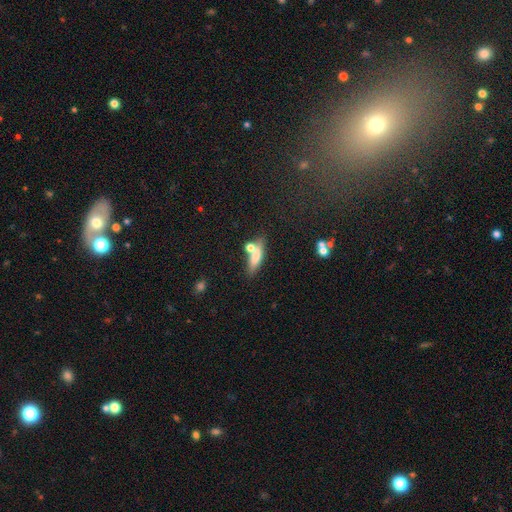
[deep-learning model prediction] This appears to be a smooth galaxy with no disk features (65%) that is cigar-shaped (60%). Merging: none (60%).